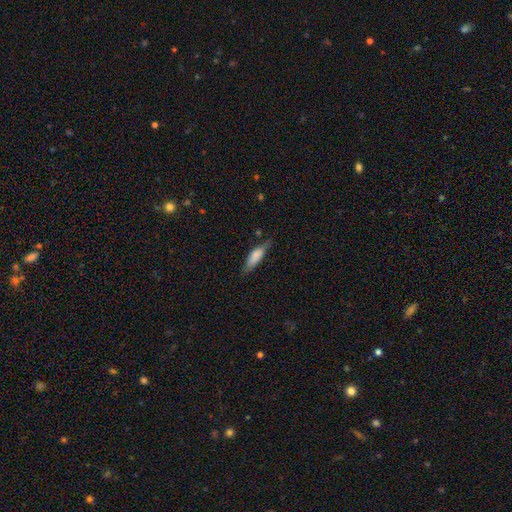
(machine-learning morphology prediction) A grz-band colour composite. It shows a smooth galaxy with no disk features (76%) that is cigar-shaped (50%). Merging: none (63%).